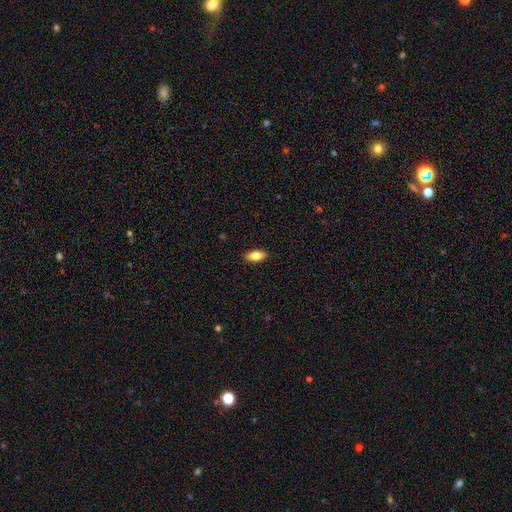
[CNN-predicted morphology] This appears to be a smooth galaxy with no disk features (78%) that is in between round and cigar-shaped (86%). Merging: none (88%).